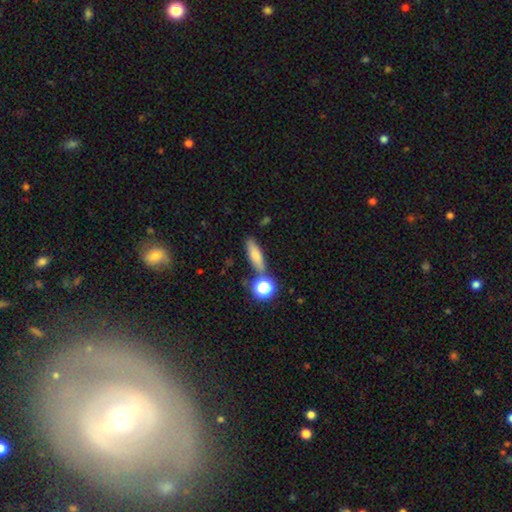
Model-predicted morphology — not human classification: A smooth galaxy with no disk features (74%) that is cigar-shaped (52%).

Vote fractions:
- Smooth or featured? smooth: 74% / featured or disk: 15% / star or artifact: 12%
- How rounded? cigar-shaped: 52% / in between: 40% / round: 9%
- Merging? none: 72% / minor disturbance: 12% / merger: 12% / major disturbance: 4%